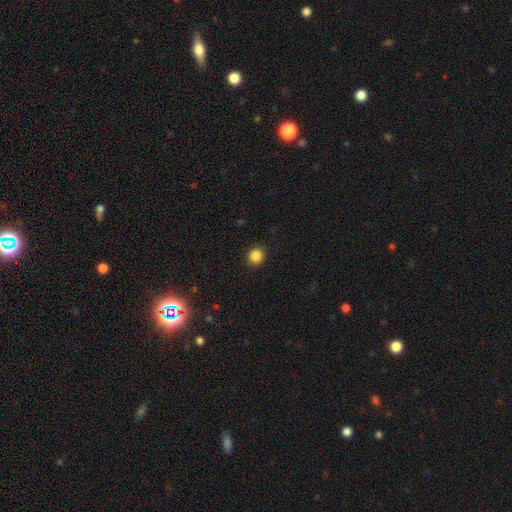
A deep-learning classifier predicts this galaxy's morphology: smooth-or-featured: smooth: 86% | star or artifact: 11% | featured or disk: 3%
  how-rounded: round: 89% | in between: 10% | cigar-shaped: 1%
  merging: none: 92% | minor disturbance: 5% | major disturbance: 2% | merger: 1%